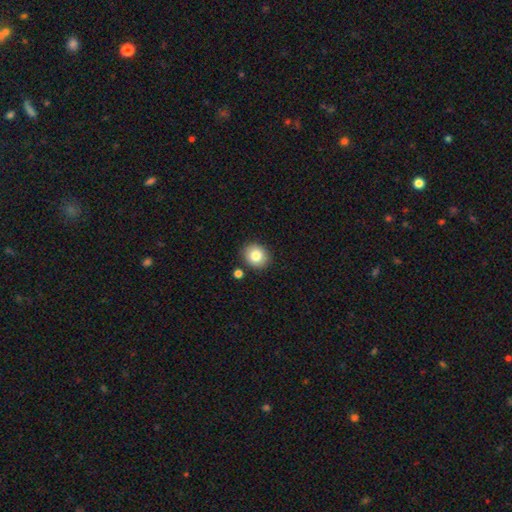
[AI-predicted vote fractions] Q: Smooth or featured?
A: smooth (81%); runner-up: star or artifact (10%)
Q: How rounded?
A: round (76%); runner-up: in between (23%)
Q: Merging?
A: none (86%); runner-up: minor disturbance (8%)